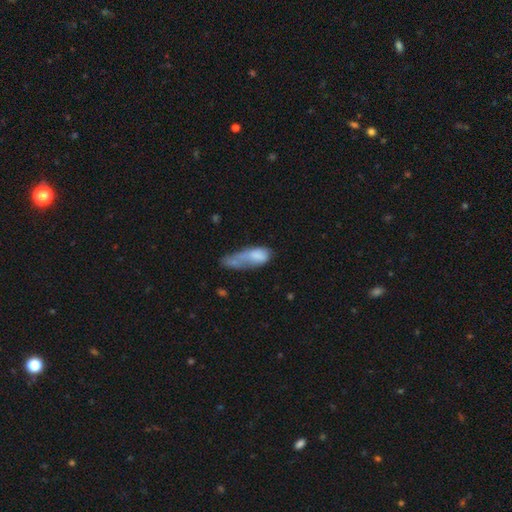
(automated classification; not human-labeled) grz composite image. It shows a smooth galaxy with no disk features (69%) that is in between round and cigar-shaped (72%). Merging: major disturbance (34%).